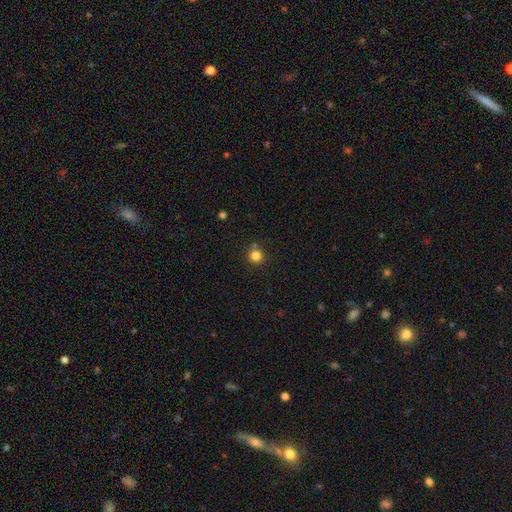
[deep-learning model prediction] Q: Smooth or featured?
A: smooth (82%); runner-up: star or artifact (13%)
Q: How rounded?
A: round (95%); runner-up: in between (4%)
Q: Merging?
A: none (81%); runner-up: merger (9%)